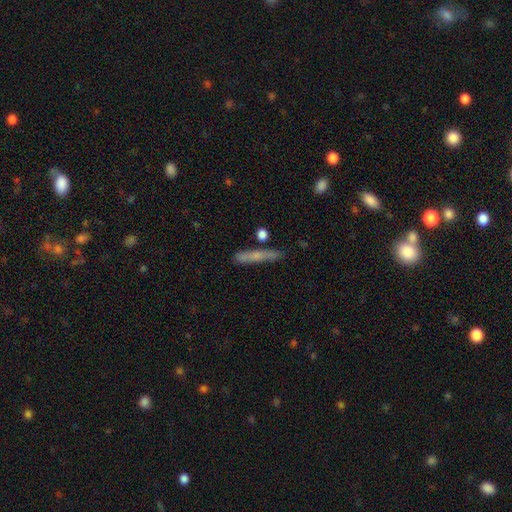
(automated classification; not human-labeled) Smooth or featured? Predicted: smooth (p=0.57). How rounded? Predicted: cigar-shaped (p=0.92). Merging? Predicted: none (p=0.77).